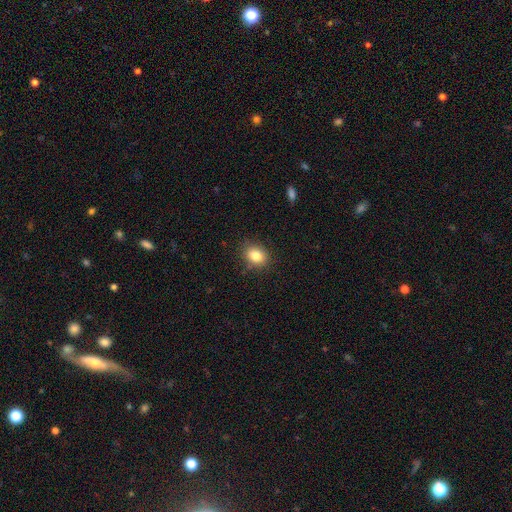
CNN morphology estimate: Q: Smooth or featured?
A: smooth (83%); runner-up: star or artifact (10%)
Q: How rounded?
A: in between (56%); runner-up: round (43%)
Q: Merging?
A: none (85%); runner-up: minor disturbance (11%)